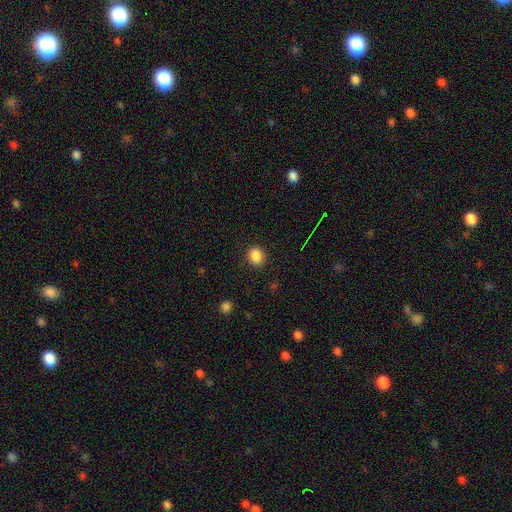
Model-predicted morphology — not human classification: Overall: smooth (86%). How rounded: round (63%; in between 36%). Merging: none (89%).